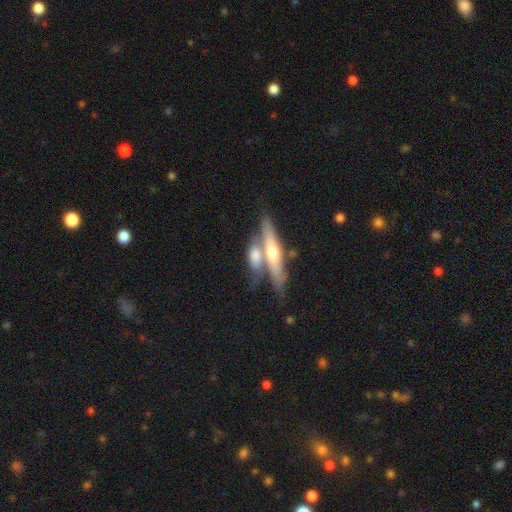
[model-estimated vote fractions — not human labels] Smooth or featured?
  - featured or disk: 49% *
  - smooth: 46%
  - star or artifact: 6%
Merging?
  - merger: 46% *
  - none: 37%
  - minor disturbance: 11%
  - major disturbance: 5%